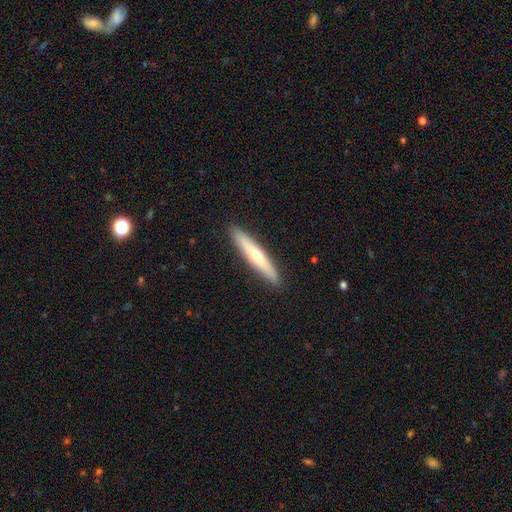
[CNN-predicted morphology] A featured or disk galaxy (50%) viewed edge-on (91%).

Vote fractions:
- Smooth or featured? featured or disk: 50% / smooth: 44% / star or artifact: 5%
- Edge-on disk? yes: 91% / no: 9%
- Merging? none: 91% / minor disturbance: 6% / major disturbance: 1% / merger: 1%